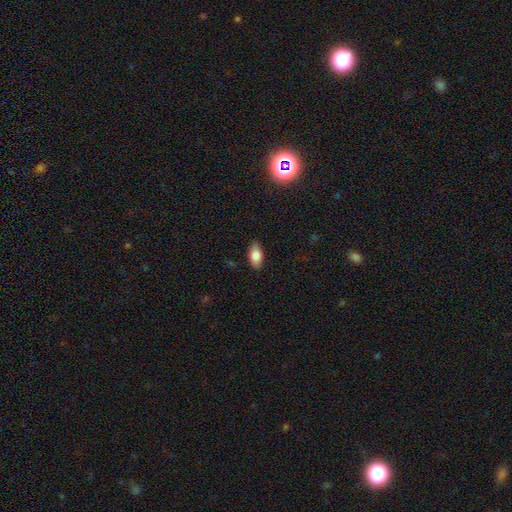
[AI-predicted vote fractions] Morphology: type=smooth (82%); roundness=in between (91%); merging=none (85%).